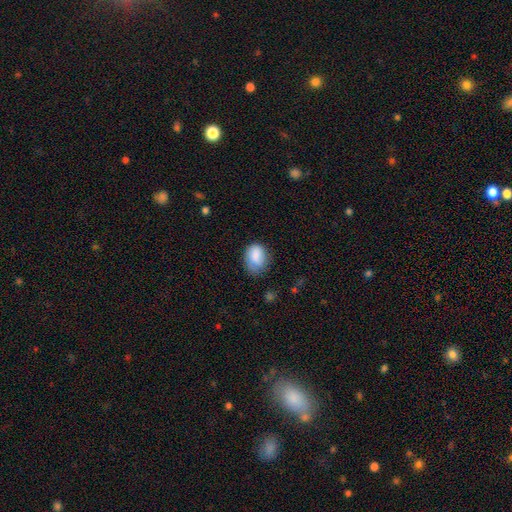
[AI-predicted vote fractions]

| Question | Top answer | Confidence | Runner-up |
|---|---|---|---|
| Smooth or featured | smooth | 84% | featured or disk (9%) |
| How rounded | in between | 74% | round (25%) |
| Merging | none | 55% | minor disturbance (33%) |